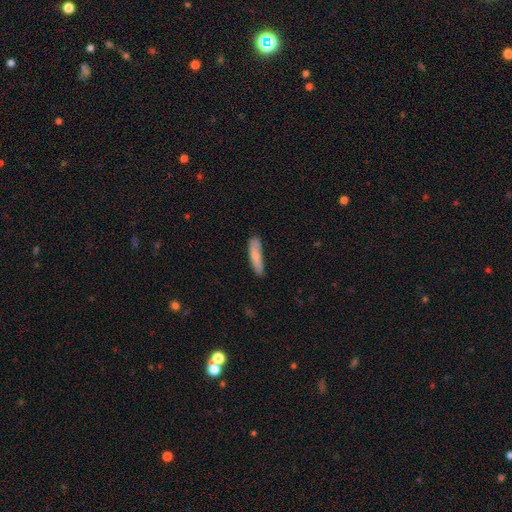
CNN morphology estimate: smooth 80%, featured or disk 14%, star or artifact 6%. Down the decision tree: how rounded — cigar-shaped (79%); merging — none (74%).